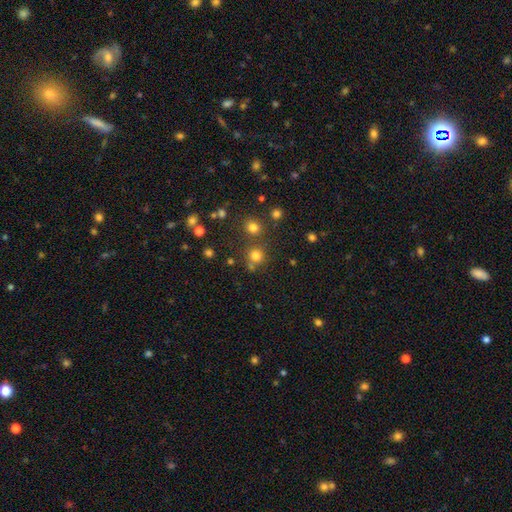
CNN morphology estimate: Overall: smooth (74%). How rounded: round (91%). Merging: none (71%).